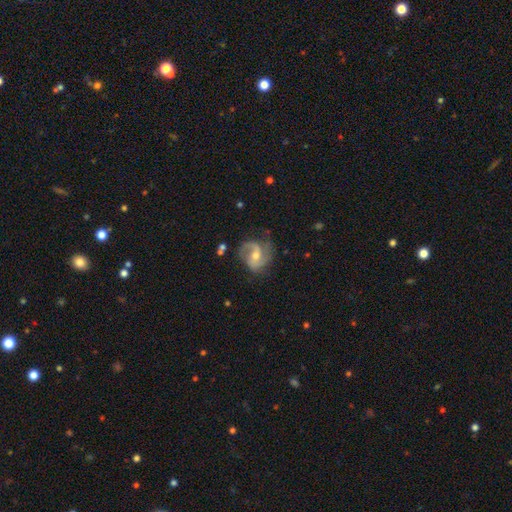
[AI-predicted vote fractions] Smooth or featured: featured or disk — 85% (smooth — 9%)
Edge-on disk: no — 98% (yes — 2%)
Bar: weak — 45% (no — 38%)
Spiral arms: yes — 96% (no — 4%)
Spiral winding: medium — 51% (loose — 27%)
Spiral arm count: 2 — 78% (can't tell — 6%)
Bulge size: moderate — 56% (small — 39%)
Merging: none — 67% (minor disturbance — 21%)